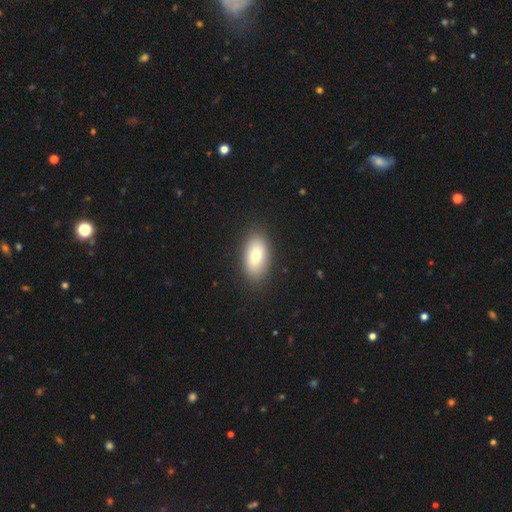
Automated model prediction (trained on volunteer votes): The model was most divided on "smooth or featured": smooth: 76%, featured or disk: 16%, star or artifact: 7%. More confident: how rounded — in between (92%); merging — none (88%).